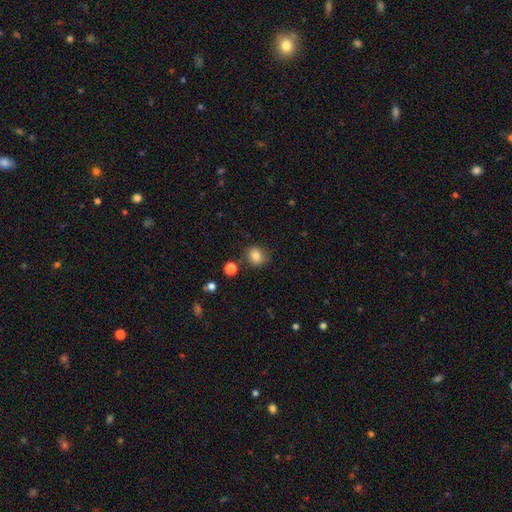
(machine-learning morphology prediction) smooth 81%, star or artifact 11%, featured or disk 8%. Down the decision tree: how rounded — round (73%); merging — none (80%).